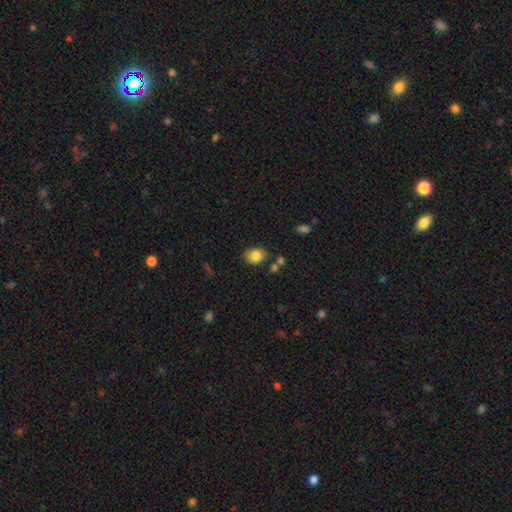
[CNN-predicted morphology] smooth_or_featured: smooth (p=0.83) [alt: star or artifact p=0.09]
how_rounded: in between (p=0.53) [alt: round p=0.46]
merging: none (p=0.79) [alt: minor disturbance p=0.13]